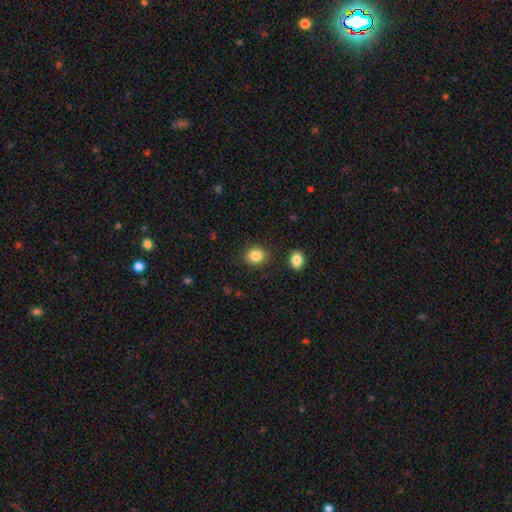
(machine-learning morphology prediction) This is clearly a smooth galaxy (85%). How rounded: likely round (60%). Merging: clearly none (86%).